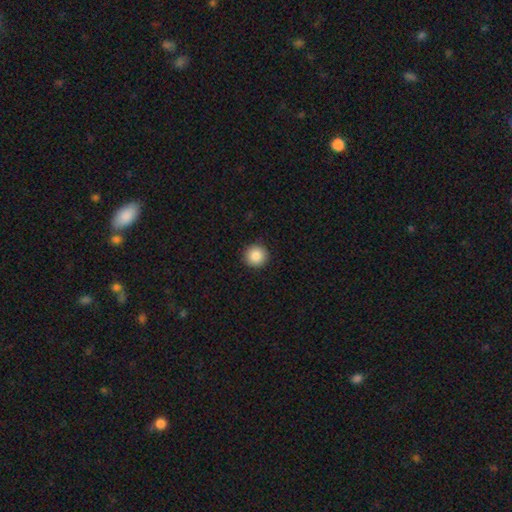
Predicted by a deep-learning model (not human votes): smooth_or_featured: smooth (p=0.87) [alt: star or artifact p=0.09]
how_rounded: round (p=0.95) [alt: in between p=0.04]
merging: none (p=0.93) [alt: minor disturbance p=0.05]